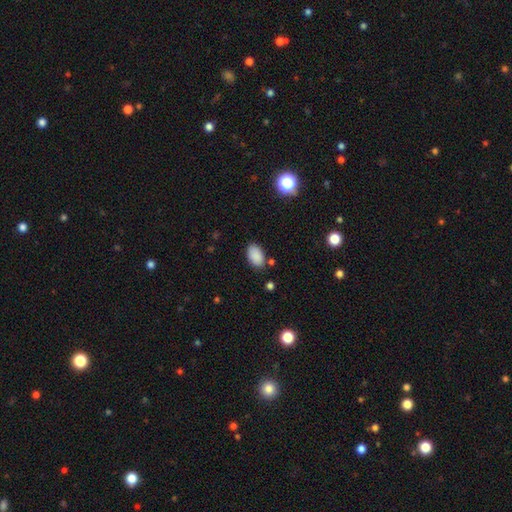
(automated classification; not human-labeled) smooth-or-featured: smooth: 87% | star or artifact: 9% | featured or disk: 4%
  how-rounded: in between: 92% | round: 6% | cigar-shaped: 1%
  merging: none: 79% | minor disturbance: 14% | merger: 4% | major disturbance: 3%